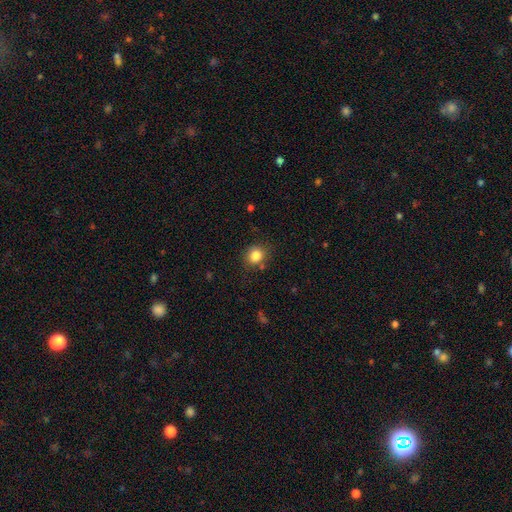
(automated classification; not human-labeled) Smooth or featured?
  - smooth: 84% *
  - star or artifact: 11%
  - featured or disk: 6%
How rounded?
  - round: 76% *
  - in between: 23%
  - cigar-shaped: 1%
Merging?
  - none: 80% *
  - minor disturbance: 13%
  - major disturbance: 4%
  - merger: 3%